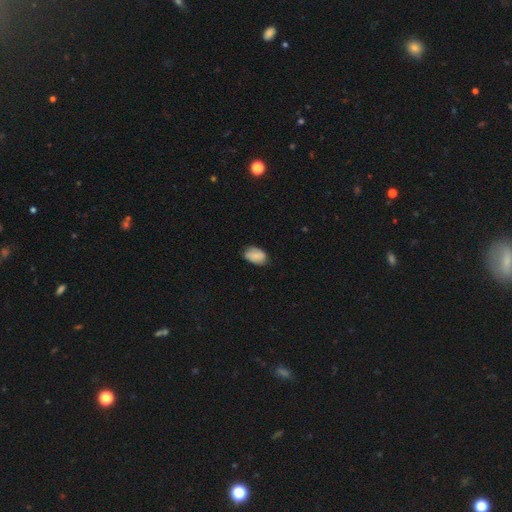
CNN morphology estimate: The model was most divided on "merging": none: 70%, minor disturbance: 25%, major disturbance: 4%, merger: 1%. More confident: how rounded — in between (88%); smooth or featured — smooth (81%).